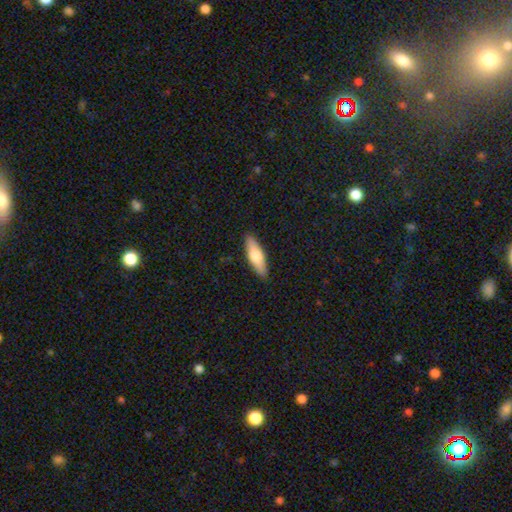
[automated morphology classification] Overall: smooth (69%). How rounded: cigar-shaped (54%; in between 44%). Merging: none (89%).